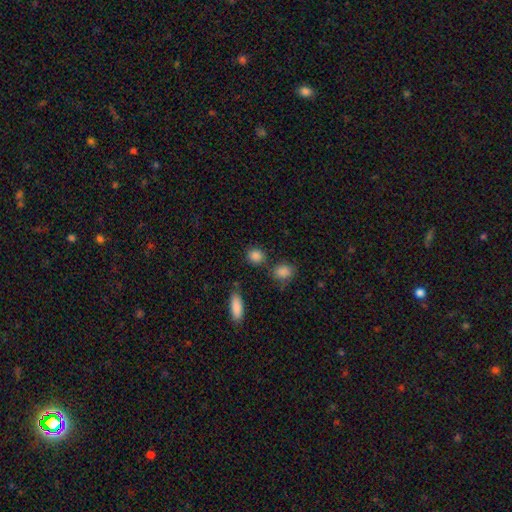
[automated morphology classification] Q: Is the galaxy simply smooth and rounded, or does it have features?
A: smooth — 86%.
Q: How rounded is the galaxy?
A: round — 73%.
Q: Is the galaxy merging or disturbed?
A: none — 75%.